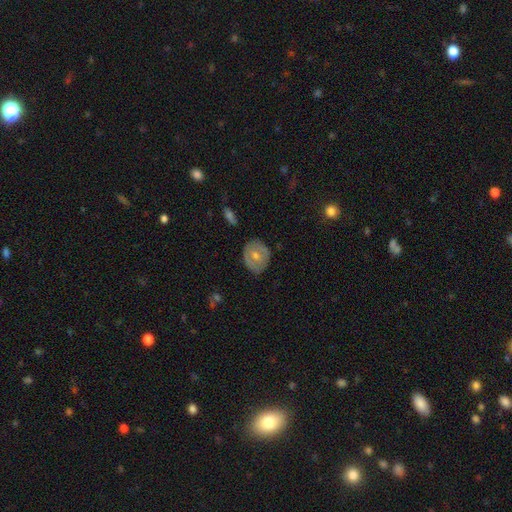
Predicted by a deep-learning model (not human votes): Smooth or featured?
  - smooth: 51% *
  - featured or disk: 43%
  - star or artifact: 7%
How rounded?
  - round: 58% *
  - in between: 41%
  - cigar-shaped: 1%
Merging?
  - none: 79% *
  - minor disturbance: 16%
  - major disturbance: 3%
  - merger: 2%